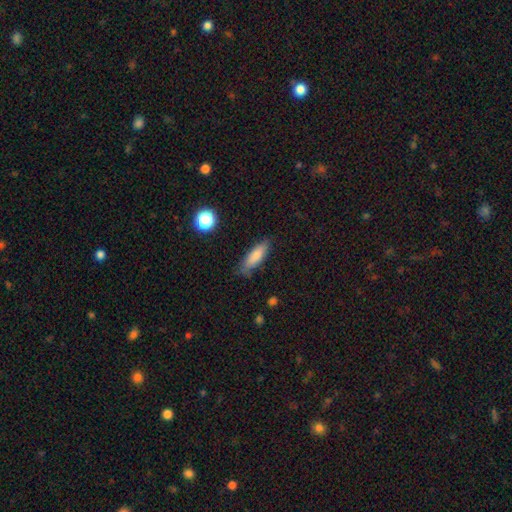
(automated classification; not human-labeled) This appears to be a smooth galaxy with no disk features (80%) that is in between round and cigar-shaped (54%). Merging: none (72%).